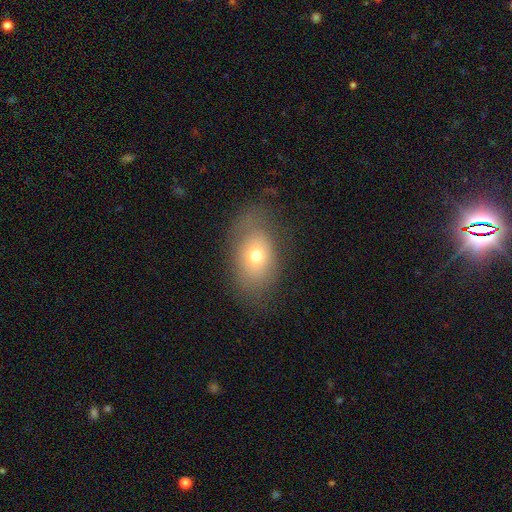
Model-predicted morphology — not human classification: type=smooth (67%); roundness=in between (81%); merging=none (69%).